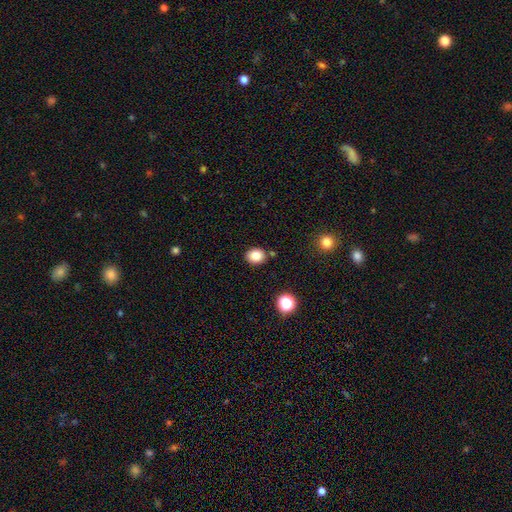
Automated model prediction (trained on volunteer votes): Smooth or featured? Predicted: smooth (p=0.83). How rounded? Predicted: round (p=0.62). Merging? Predicted: none (p=0.85).